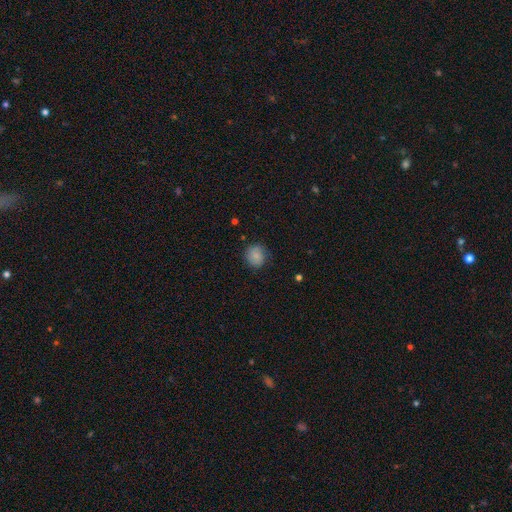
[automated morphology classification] Smooth or featured: smooth — 83% (featured or disk — 9%)
How rounded: round — 81% (in between — 18%)
Merging: none — 79% (minor disturbance — 16%)